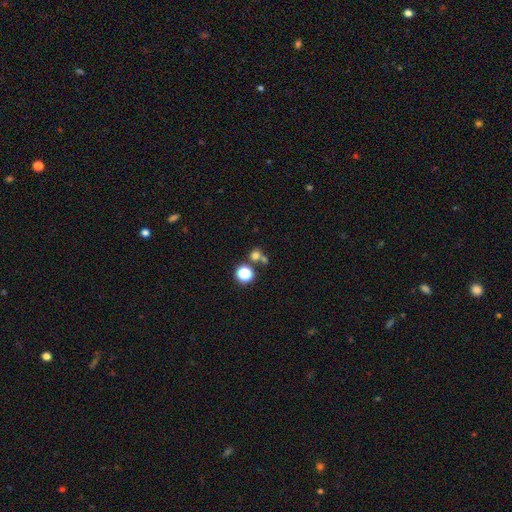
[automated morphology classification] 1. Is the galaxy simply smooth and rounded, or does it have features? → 68% smooth, 23% star or artifact, 9% featured or disk.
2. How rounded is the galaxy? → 86% round, 13% in between, 1% cigar-shaped.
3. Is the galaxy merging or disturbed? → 56% none, 32% merger, 8% minor disturbance, 4% major disturbance.